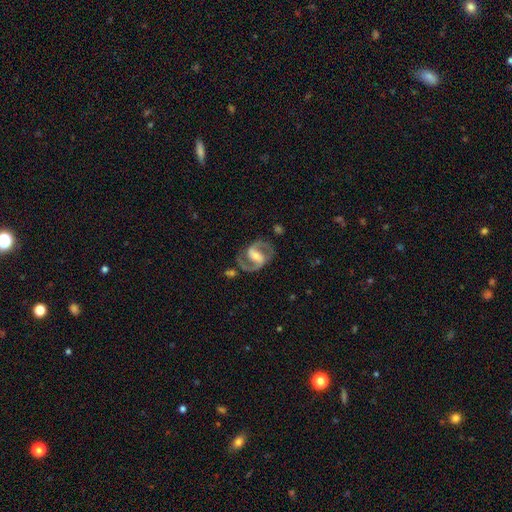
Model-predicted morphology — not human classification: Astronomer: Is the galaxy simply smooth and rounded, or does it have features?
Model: featured or disk — 91%.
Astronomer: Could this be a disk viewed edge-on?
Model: no — 98%.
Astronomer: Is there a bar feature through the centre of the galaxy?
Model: strong — 52% (runner-up: weak, 35%).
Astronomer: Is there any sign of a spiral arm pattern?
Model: yes — 97%.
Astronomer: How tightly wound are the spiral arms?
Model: medium — 63%.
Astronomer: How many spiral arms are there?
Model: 2 — 94%.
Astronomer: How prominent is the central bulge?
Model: moderate — 51% (runner-up: small, 39%).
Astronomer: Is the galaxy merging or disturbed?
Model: none — 79%.